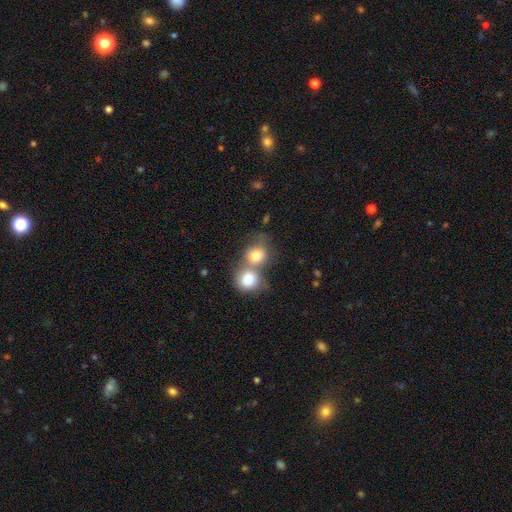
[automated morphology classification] smooth_or_featured: smooth (p=0.78) [alt: featured or disk p=0.13]
how_rounded: round (p=0.73) [alt: in between p=0.26]
merging: merger (p=0.65) [alt: none p=0.25]